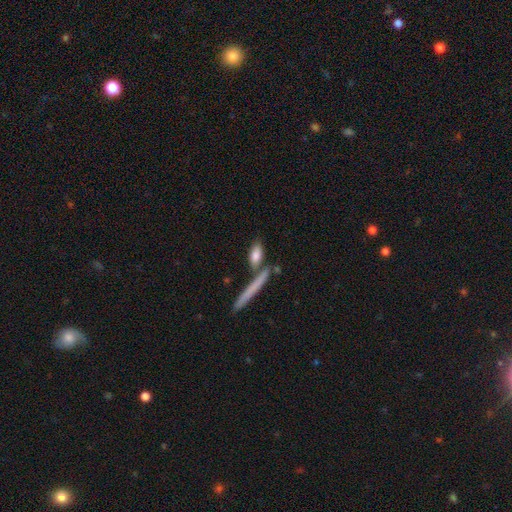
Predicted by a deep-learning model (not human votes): The model was most divided on "how rounded": in between: 60%, cigar-shaped: 35%, round: 5%. More confident: smooth or featured — smooth (77%); merging — none (62%).